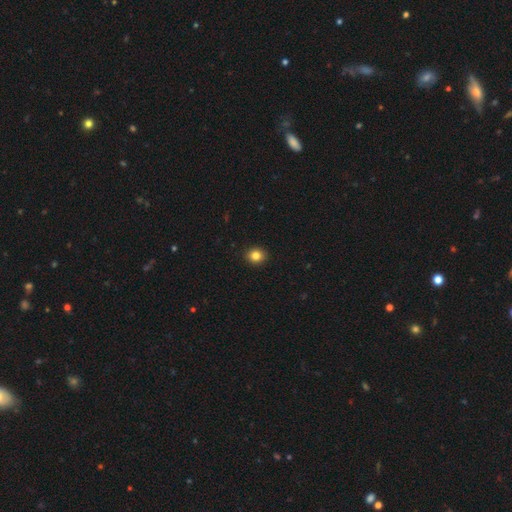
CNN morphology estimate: A smooth galaxy with no disk features (83%) that is round (76%).

Vote fractions:
- Smooth or featured? smooth: 83% / star or artifact: 11% / featured or disk: 6%
- How rounded? round: 76% / in between: 23% / cigar-shaped: 1%
- Merging? none: 92% / minor disturbance: 6% / major disturbance: 2% / merger: 1%